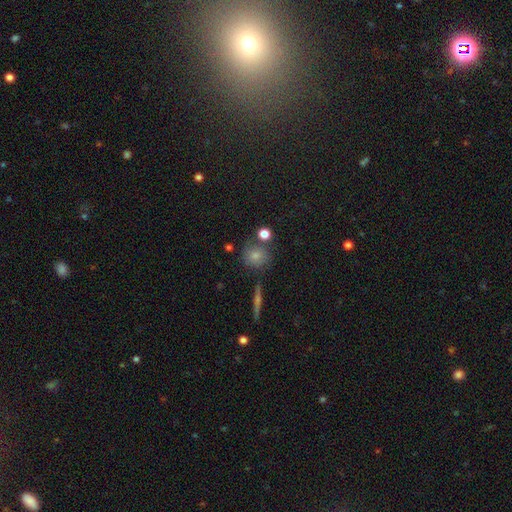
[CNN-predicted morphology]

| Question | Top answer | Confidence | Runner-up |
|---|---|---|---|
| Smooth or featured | smooth | 78% | star or artifact (11%) |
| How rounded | round | 86% | in between (12%) |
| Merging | none | 70% | minor disturbance (13%) |